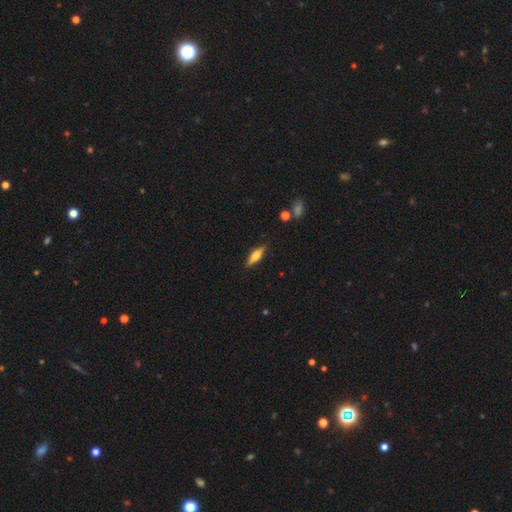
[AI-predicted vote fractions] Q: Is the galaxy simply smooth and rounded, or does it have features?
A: smooth — 52%.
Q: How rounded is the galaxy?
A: cigar-shaped — 58%.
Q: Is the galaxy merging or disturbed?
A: none — 86%.